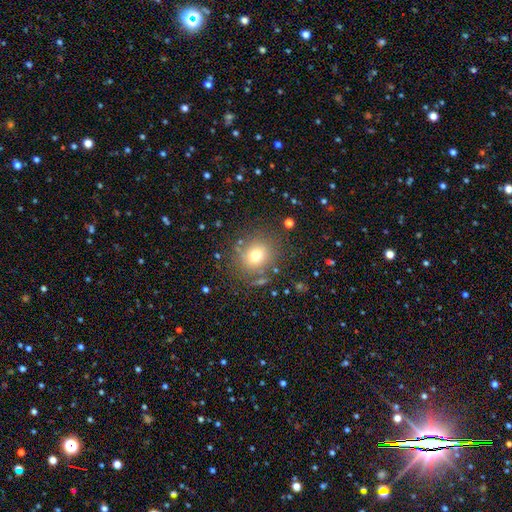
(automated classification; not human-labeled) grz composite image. It shows a smooth galaxy with no disk features (72%) that is round (80%). Merging: none (80%).